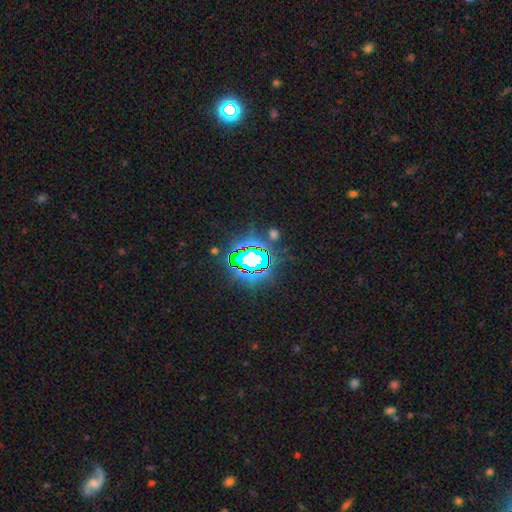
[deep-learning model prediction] star or artifact 74%, smooth 15%, featured or disk 12%.